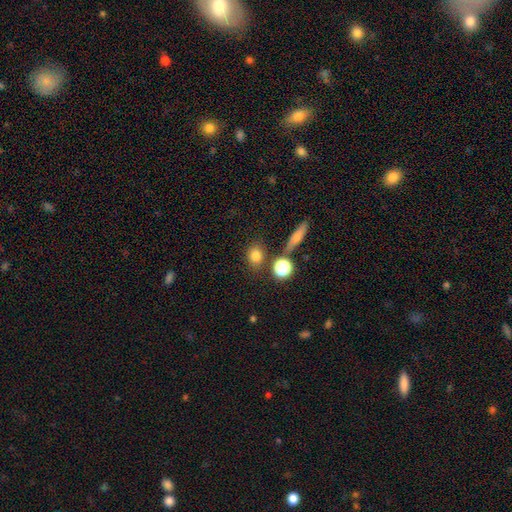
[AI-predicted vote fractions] Overall: smooth (78%). How rounded: round (57%; in between 39%). Merging: none (77%).